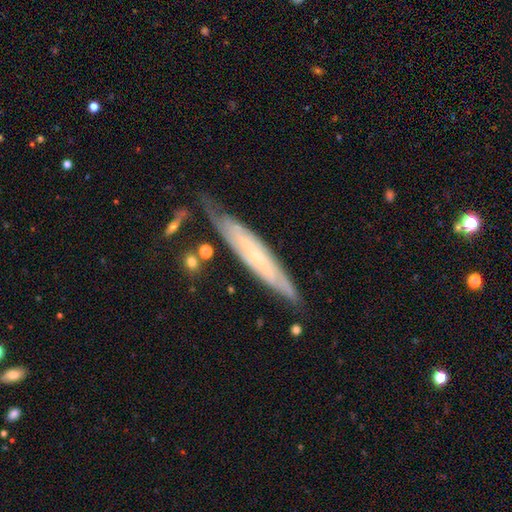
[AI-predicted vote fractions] Q: Smooth or featured?
A: featured or disk (66%); runner-up: smooth (27%)
Q: Edge-on disk?
A: yes (58%); runner-up: no (42%)
Q: Merging?
A: none (71%); runner-up: minor disturbance (20%)